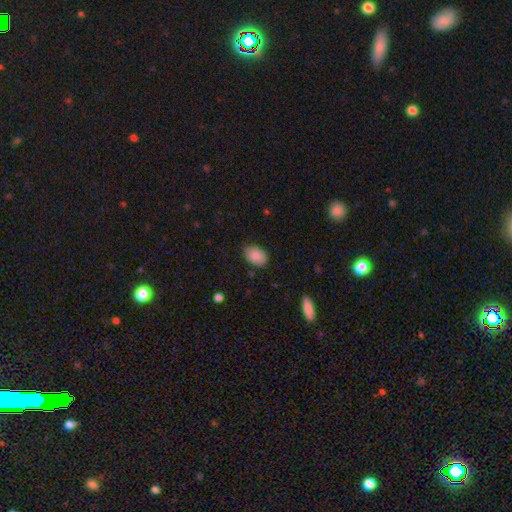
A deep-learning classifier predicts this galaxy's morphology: A smooth galaxy with no disk features (85%) that is in between round and cigar-shaped (81%).

Vote fractions:
- Smooth or featured? smooth: 85% / featured or disk: 8% / star or artifact: 7%
- How rounded? in between: 81% / round: 18% / cigar-shaped: 1%
- Merging? none: 77% / minor disturbance: 19% / major disturbance: 3% / merger: 1%